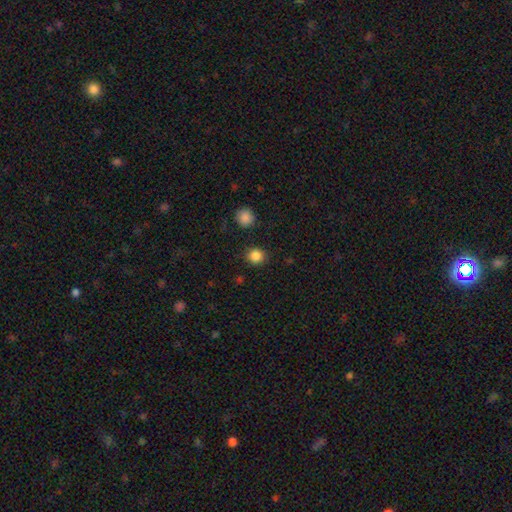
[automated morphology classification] A smooth galaxy with no disk features (85%) that is round (88%). Merging: none (88%).